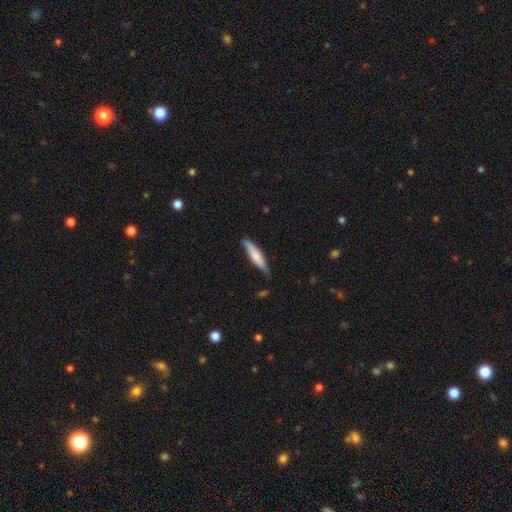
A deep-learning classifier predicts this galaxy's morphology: Smooth or featured? Predicted: smooth (p=0.72). How rounded? Predicted: cigar-shaped (p=0.80). Merging? Predicted: none (p=0.73).